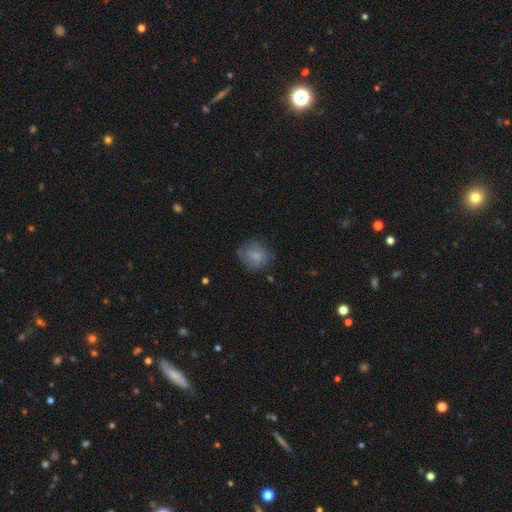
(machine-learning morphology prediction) type=smooth (75%); roundness=round (79%); merging=none (70%).